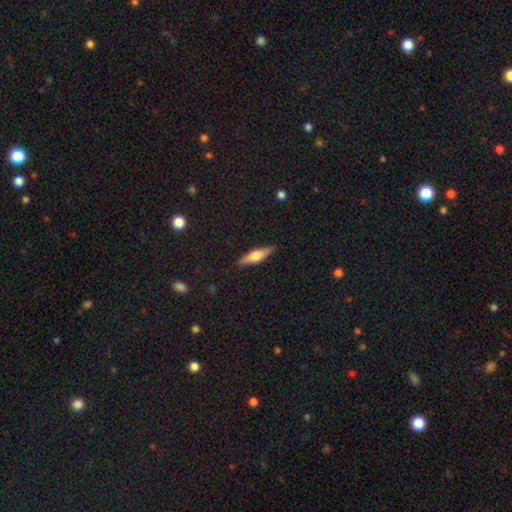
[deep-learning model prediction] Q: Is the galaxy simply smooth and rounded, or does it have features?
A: featured or disk — 47%, tied with smooth.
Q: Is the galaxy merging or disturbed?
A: none — 88%.